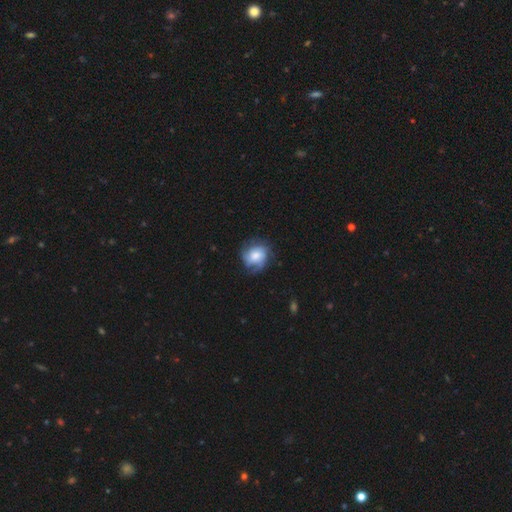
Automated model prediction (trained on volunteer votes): A featured or disk galaxy (54%) with no bar (75%), spiral arms (87%) and a large central bulge (39%).

Vote fractions:
- Smooth or featured? featured or disk: 54% / smooth: 37% / star or artifact: 8%
- Edge-on disk? no: 98% / yes: 2%
- Bar? no: 75% / weak: 22% / strong: 4%
- Spiral arms? yes: 87% / no: 13%
- Bulge size? large: 39% / moderate: 37% / small: 14% / none: 6% / dominant: 5%
- Merging? none: 67% / minor disturbance: 21% / major disturbance: 11% / merger: 1%